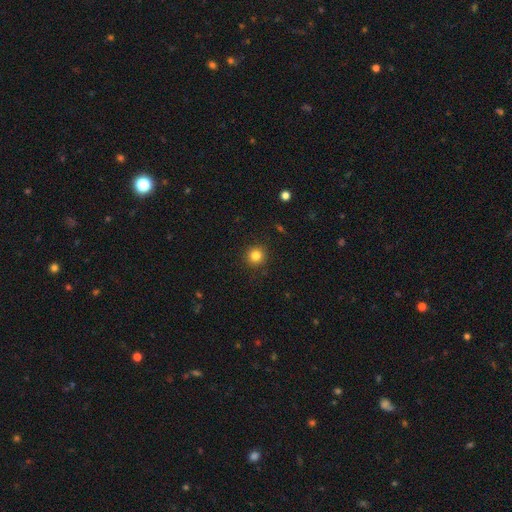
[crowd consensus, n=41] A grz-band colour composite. It shows a smooth galaxy with no disk features (83%) that is round (97%). Merging: none (92%).